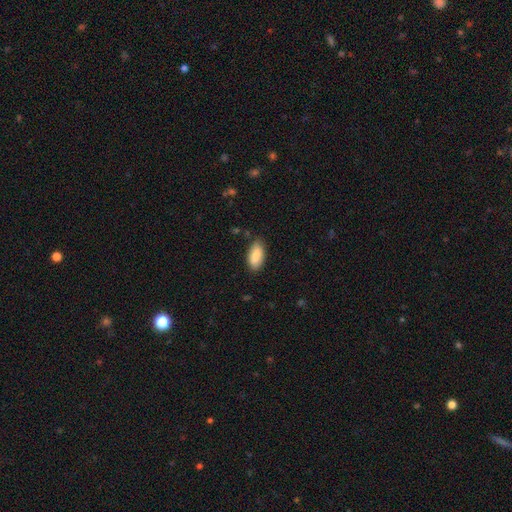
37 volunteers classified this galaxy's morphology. type=smooth (84%); roundness=in between (81%); merging=none (80%).